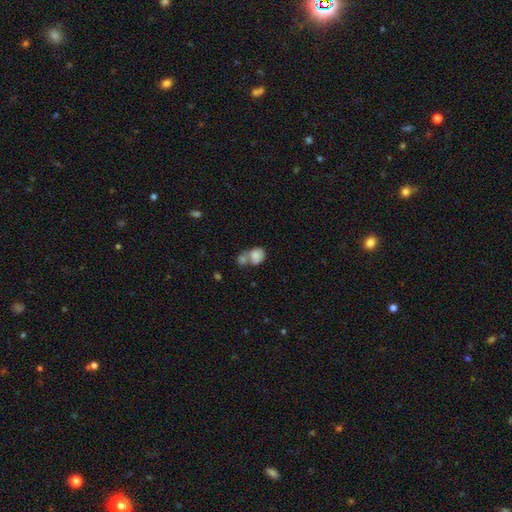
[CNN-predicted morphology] Smooth or featured?
  - smooth: 78% *
  - featured or disk: 14%
  - star or artifact: 8%
How rounded?
  - in between: 54% *
  - round: 45%
  - cigar-shaped: 1%
Merging?
  - merger: 60% *
  - none: 24%
  - minor disturbance: 10%
  - major disturbance: 6%